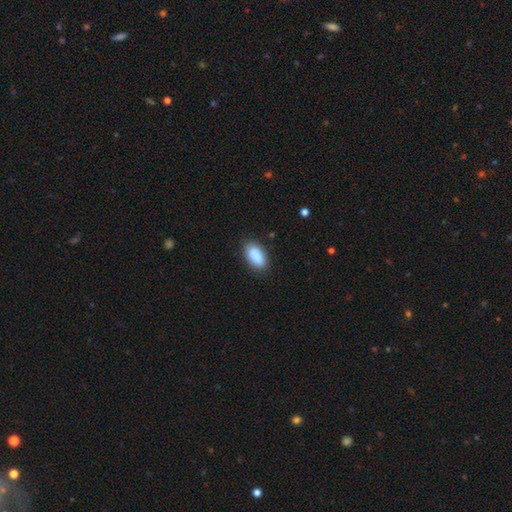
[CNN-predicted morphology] A smooth galaxy with no disk features (89%) that is in between round and cigar-shaped (92%). Merging: none (85%).